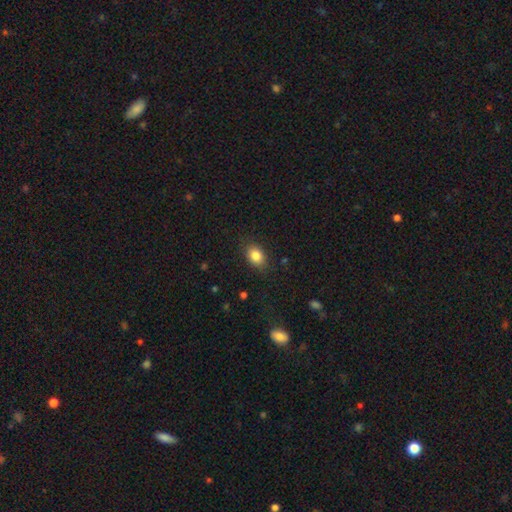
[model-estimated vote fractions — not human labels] Morphology: type=smooth (84%); roundness=in between (72%); merging=none (84%).